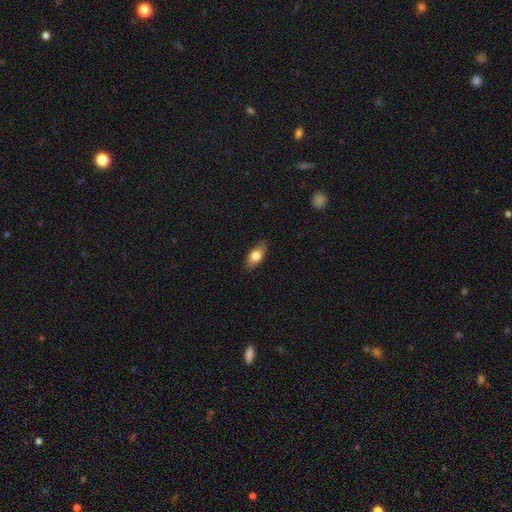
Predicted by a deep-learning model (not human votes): Smooth or featured? Predicted: smooth (p=0.71). How rounded? Predicted: in between (p=0.80). Merging? Predicted: none (p=0.84).